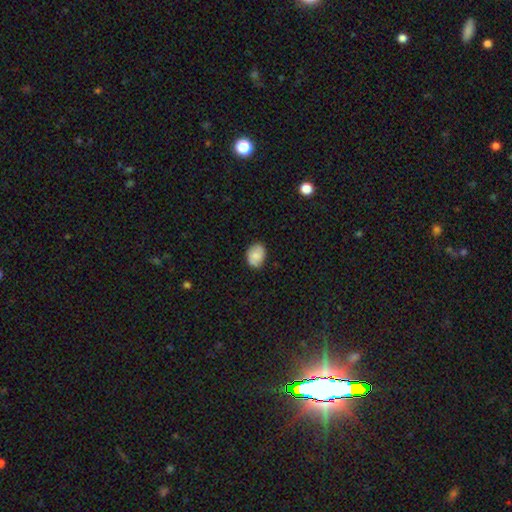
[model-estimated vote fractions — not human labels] Overall: smooth (77%). How rounded: in between (65%; round 34%). Merging: none (79%).